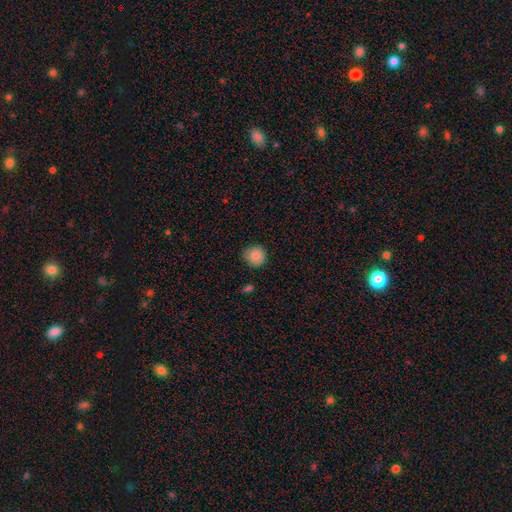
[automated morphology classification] This is clearly a smooth galaxy (86%). How rounded: clearly round (92%). Merging: likely none (80%).